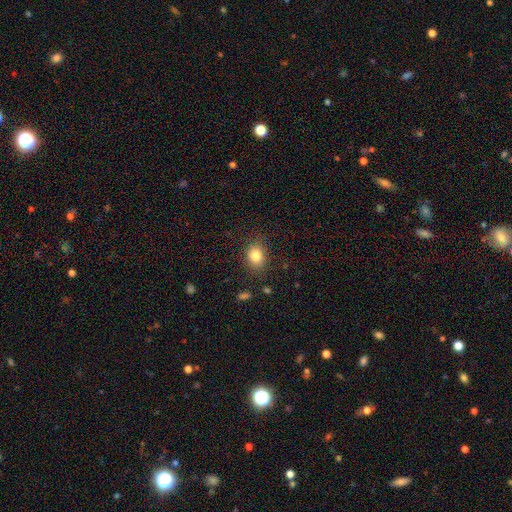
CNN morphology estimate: Smooth or featured? smooth (83%)
How rounded? in between (55%)
Merging? none (81%)